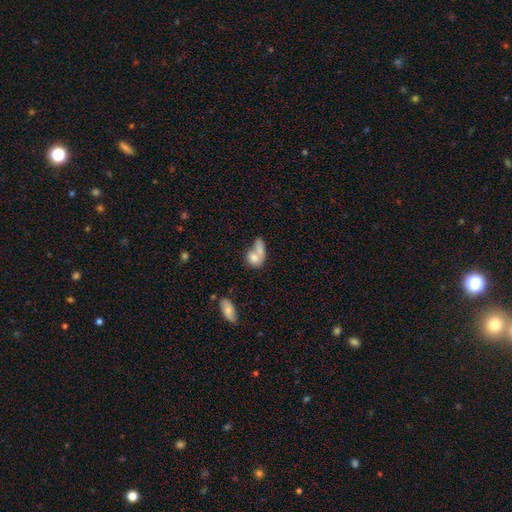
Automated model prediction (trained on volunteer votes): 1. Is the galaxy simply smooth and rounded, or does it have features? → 73% smooth, 19% featured or disk, 8% star or artifact.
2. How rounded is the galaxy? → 64% in between, 32% round, 4% cigar-shaped.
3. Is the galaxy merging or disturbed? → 60% merger, 20% none, 10% major disturbance, 10% minor disturbance.